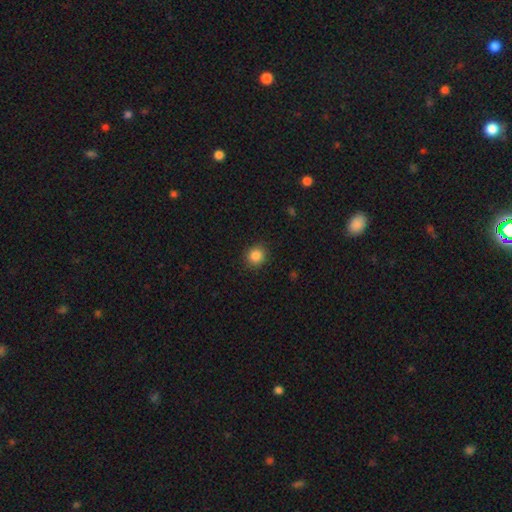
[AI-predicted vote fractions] Smooth or featured?
  - smooth: 86% *
  - star or artifact: 10%
  - featured or disk: 4%
How rounded?
  - round: 86% *
  - in between: 13%
  - cigar-shaped: 1%
Merging?
  - none: 89% *
  - minor disturbance: 8%
  - major disturbance: 2%
  - merger: 1%